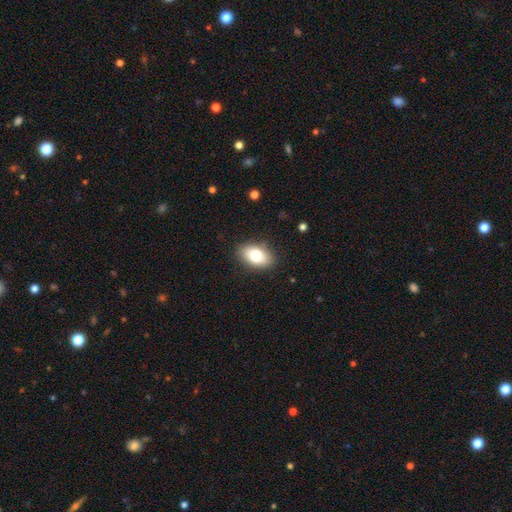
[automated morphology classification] A smooth galaxy with no disk features (80%) that is in between round and cigar-shaped (91%).

Vote fractions:
- Smooth or featured? smooth: 80% / featured or disk: 12% / star or artifact: 7%
- How rounded? in between: 91% / round: 7% / cigar-shaped: 2%
- Merging? none: 85% / minor disturbance: 11% / major disturbance: 3% / merger: 1%